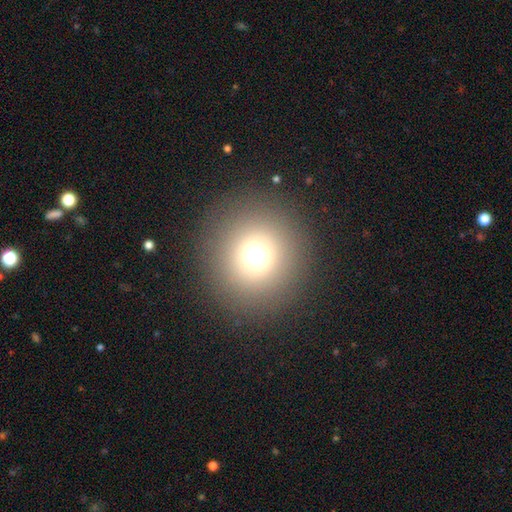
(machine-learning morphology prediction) Smooth or featured?
  - smooth: 68% *
  - star or artifact: 22%
  - featured or disk: 10%
How rounded?
  - round: 94% *
  - in between: 6%
  - cigar-shaped: 1%
Merging?
  - none: 89% *
  - minor disturbance: 5%
  - major disturbance: 4%
  - merger: 1%